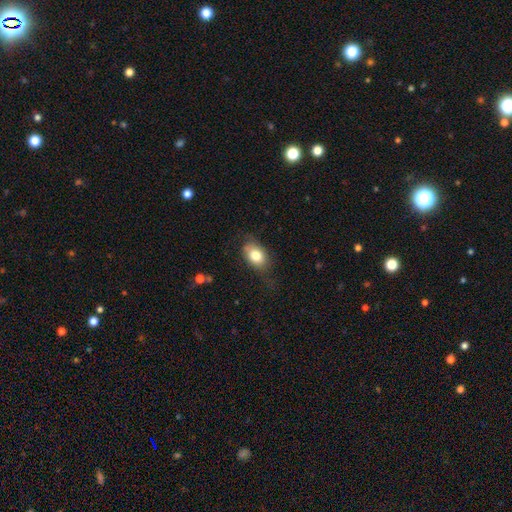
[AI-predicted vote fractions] Smooth or featured? smooth (79%)
How rounded? in between (80%)
Merging? none (64%)